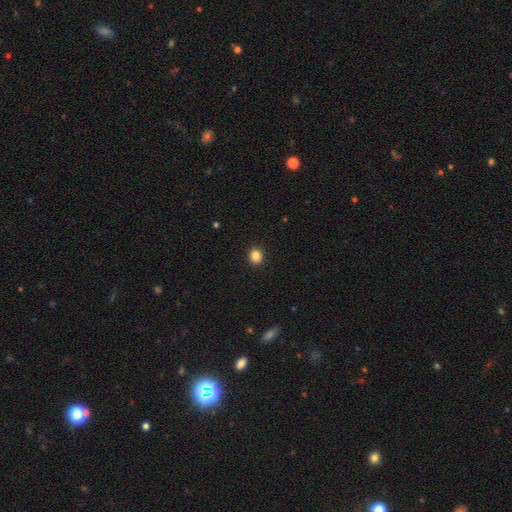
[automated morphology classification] smooth 86%, star or artifact 10%, featured or disk 4%. Down the decision tree: how rounded — round (67%); merging — none (91%).